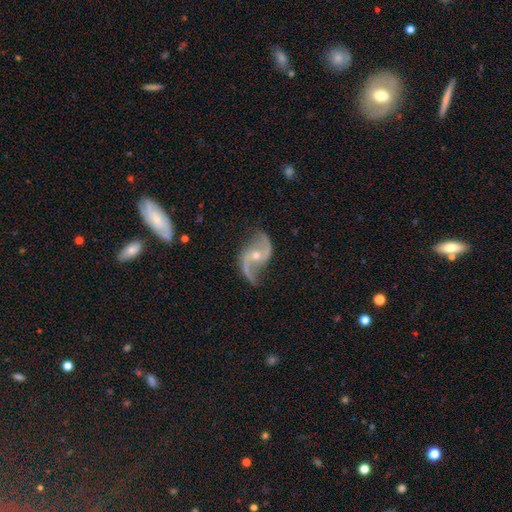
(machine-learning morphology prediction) Overall: featured or disk (92%). Edge-on disk: no (98%). Bar: no (53%; weak 35%). Spiral arms: yes (98%). Spiral arm count: 2 (94%). Spiral winding: loose (71%). Bulge size: moderate (53%; small 43%). Merging: none (75%).